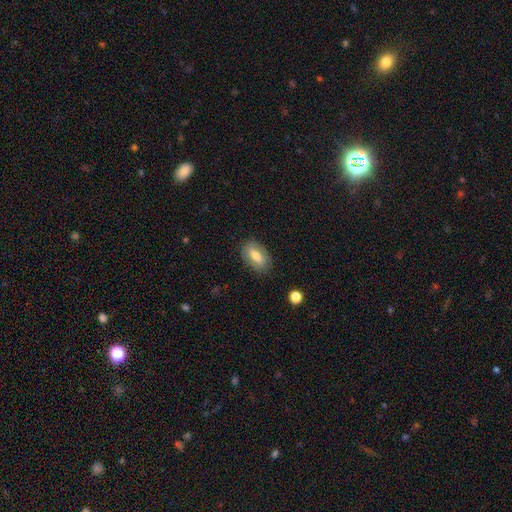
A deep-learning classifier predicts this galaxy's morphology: The model was most divided on "smooth or featured": smooth: 63%, featured or disk: 30%, star or artifact: 7%. More confident: how rounded — in between (87%); merging — none (82%).